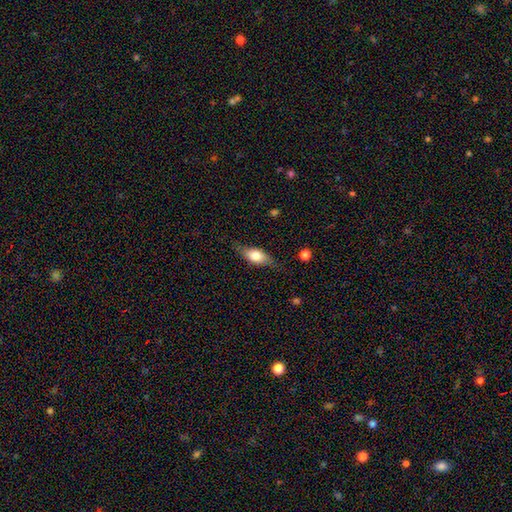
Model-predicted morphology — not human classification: This appears to be a smooth galaxy with no disk features (67%) that is in between round and cigar-shaped (77%). Merging: none (74%).